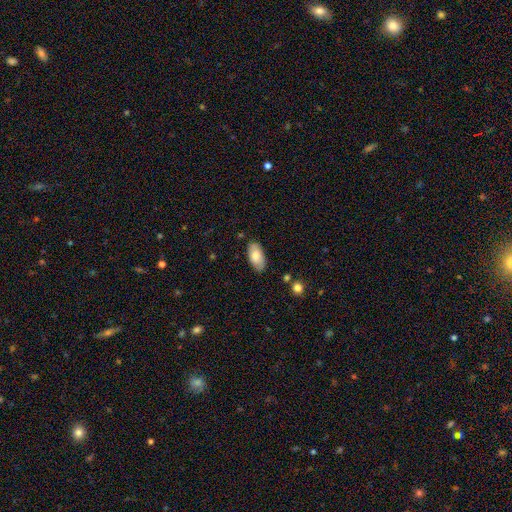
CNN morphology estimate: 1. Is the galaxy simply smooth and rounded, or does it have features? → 74% smooth, 19% featured or disk, 6% star or artifact.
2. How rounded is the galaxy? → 94% in between, 4% cigar-shaped, 2% round.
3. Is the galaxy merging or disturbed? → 81% none, 15% minor disturbance, 3% major disturbance, 2% merger.